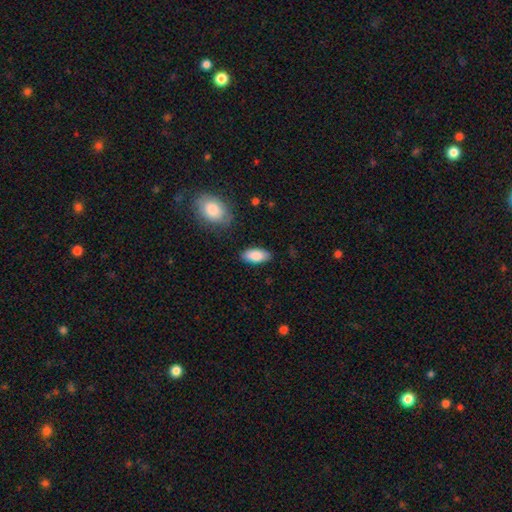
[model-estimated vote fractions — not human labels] Smooth or featured? smooth (85%)
How rounded? in between (89%)
Merging? none (85%)